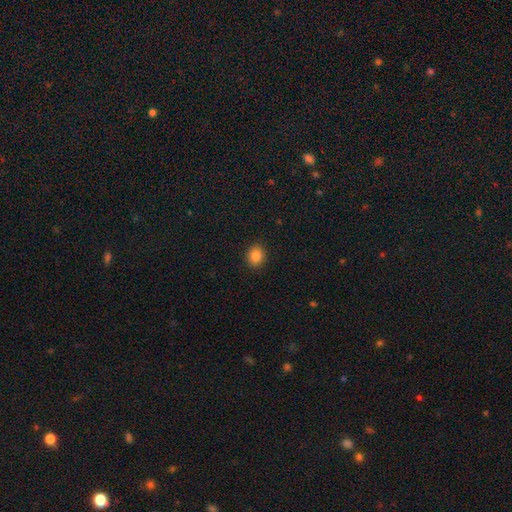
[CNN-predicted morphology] A smooth galaxy with no disk features (85%) that is round (67%). Merging: none (91%).